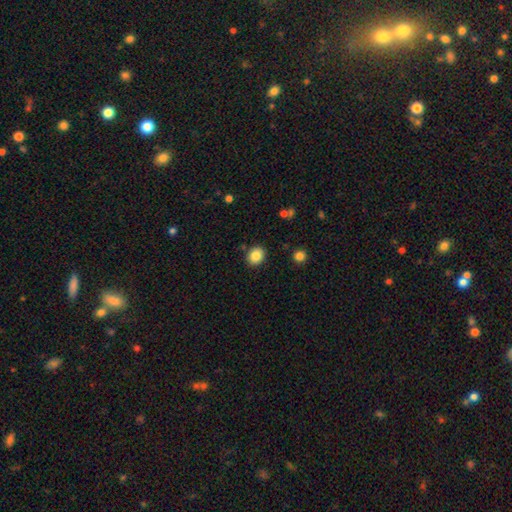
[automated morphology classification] A smooth galaxy with no disk features (86%) that is round (52%).

Vote fractions:
- Smooth or featured? smooth: 86% / star or artifact: 9% / featured or disk: 5%
- How rounded? round: 52% / in between: 47% / cigar-shaped: 1%
- Merging? none: 87% / minor disturbance: 8% / major disturbance: 2% / merger: 2%